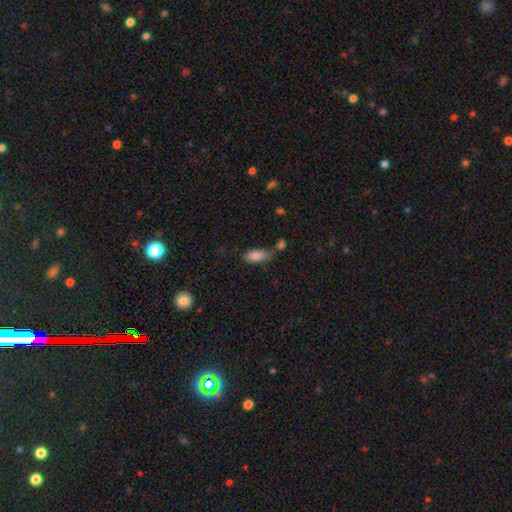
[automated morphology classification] This is clearly a smooth galaxy (82%). How rounded: clearly in between (84%). Merging: possibly none (48%).